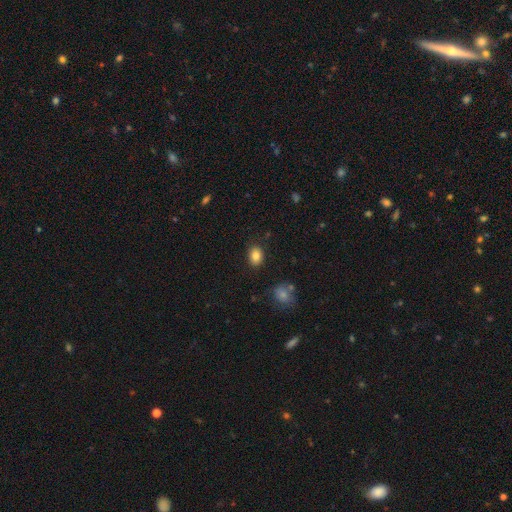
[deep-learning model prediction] smooth 84%, star or artifact 10%, featured or disk 6%. Down the decision tree: how rounded — in between (69%); merging — none (86%).